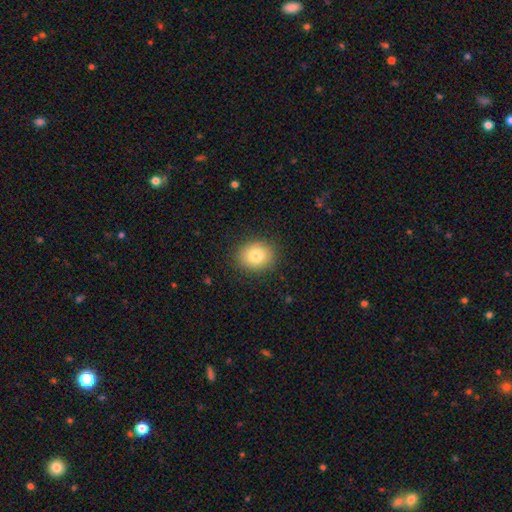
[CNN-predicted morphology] The model was most divided on "how rounded": round: 63%, in between: 36%, cigar-shaped: 1%. More confident: merging — none (88%); smooth or featured — smooth (80%).